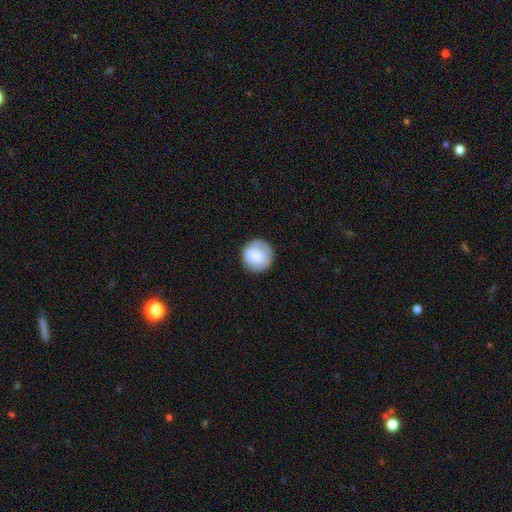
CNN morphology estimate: smooth_or_featured: smooth (p=0.80) [alt: featured or disk p=0.13]
how_rounded: round (p=0.93) [alt: in between p=0.06]
merging: none (p=0.84) [alt: minor disturbance p=0.11]